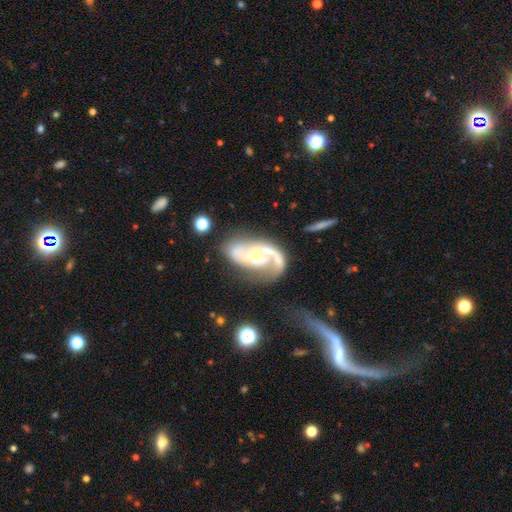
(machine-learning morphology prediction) Smooth or featured?
  - featured or disk: 84% *
  - smooth: 10%
  - star or artifact: 7%
Edge-on disk?
  - no: 96% *
  - yes: 4%
Bar?
  - no: 63% *
  - weak: 28%
  - strong: 10%
Spiral arms?
  - yes: 94% *
  - no: 6%
Spiral winding?
  - medium: 44% *
  - loose: 28%
  - tight: 27%
Spiral arm count?
  - 2: 65% *
  - 1: 21%
  - can't tell: 8%
  - 3: 4%
  - 4: 1%
  - more than 4: 1%
Bulge size?
  - small: 66% *
  - moderate: 22%
  - none: 9%
  - large: 2%
  - dominant: 1%
Merging?
  - none: 43% *
  - major disturbance: 26%
  - minor disturbance: 20%
  - merger: 11%